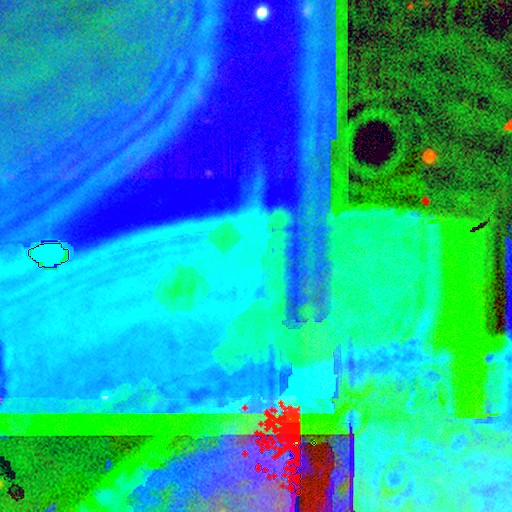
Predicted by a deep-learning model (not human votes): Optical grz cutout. It shows a star or artifact, not a galaxy (86%).